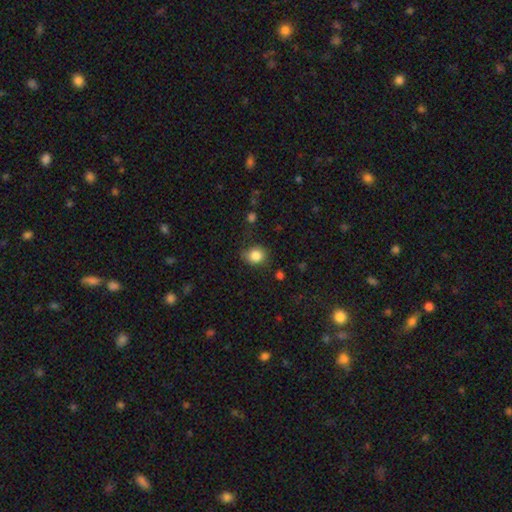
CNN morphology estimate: smooth_or_featured: smooth (p=0.85) [alt: star or artifact p=0.10]
how_rounded: round (p=0.69) [alt: in between p=0.30]
merging: none (p=0.73) [alt: minor disturbance p=0.20]